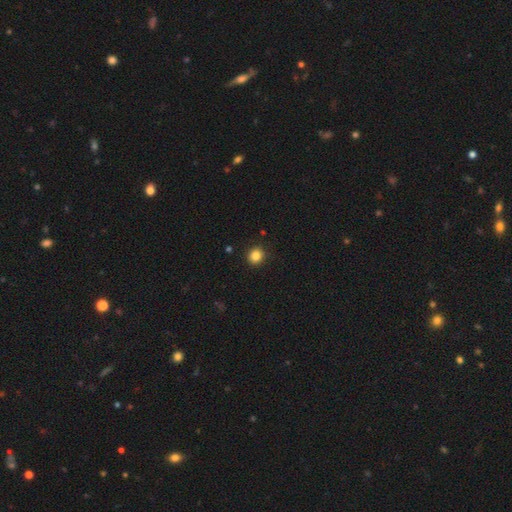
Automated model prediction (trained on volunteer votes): Smooth or featured? Predicted: smooth (p=0.85). How rounded? Predicted: round (p=0.87). Merging? Predicted: none (p=0.91).